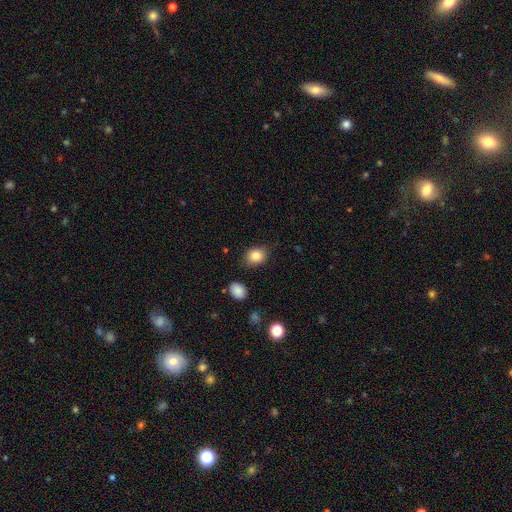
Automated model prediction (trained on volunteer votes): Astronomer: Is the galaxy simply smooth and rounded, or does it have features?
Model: smooth — 84%.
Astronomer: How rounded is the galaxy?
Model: in between — 54% (runner-up: round, 45%).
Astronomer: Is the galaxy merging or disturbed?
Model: none — 82%.